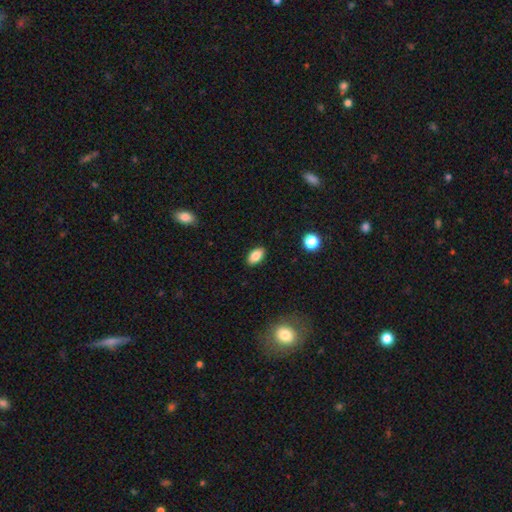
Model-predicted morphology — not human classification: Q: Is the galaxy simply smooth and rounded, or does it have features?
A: smooth — 85%.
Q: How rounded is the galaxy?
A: in between — 92%.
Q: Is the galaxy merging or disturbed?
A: none — 89%.